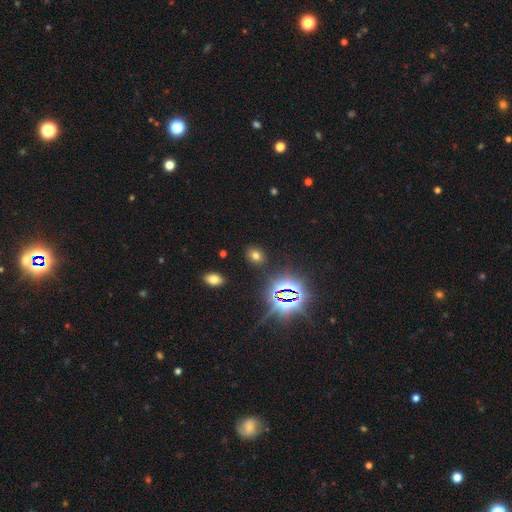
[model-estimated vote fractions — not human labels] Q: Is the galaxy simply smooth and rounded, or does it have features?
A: smooth — 61%.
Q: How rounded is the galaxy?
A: round — 50%.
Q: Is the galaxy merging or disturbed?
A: none — 87%.